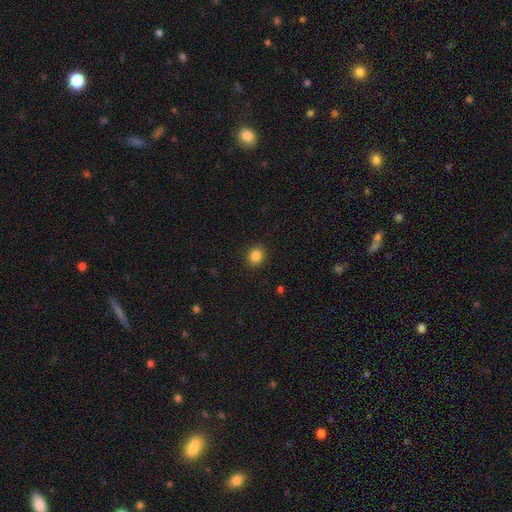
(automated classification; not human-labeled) The model was most divided on "how rounded": round: 77%, in between: 22%, cigar-shaped: 1%. More confident: merging — none (90%); smooth or featured — smooth (85%).